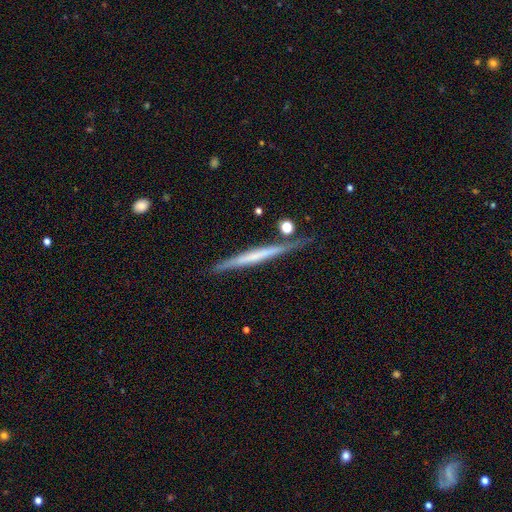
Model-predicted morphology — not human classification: Smooth or featured? Predicted: featured or disk (p=0.58). Edge-on disk? Predicted: yes (p=0.96). Edge-on bulge? Predicted: none (p=0.78). Merging? Predicted: none (p=0.81).